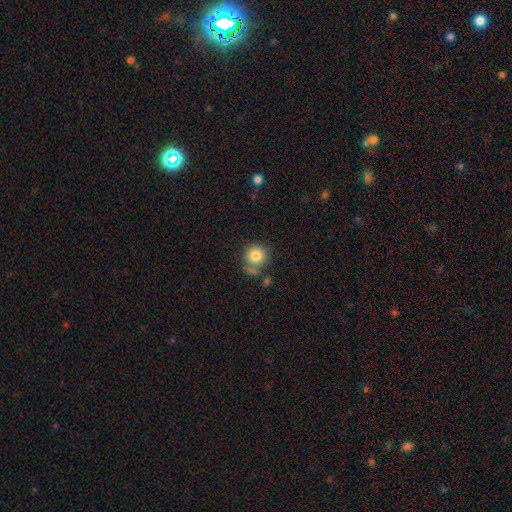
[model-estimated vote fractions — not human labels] This is clearly a smooth galaxy (82%). How rounded: clearly round (91%). Merging: likely none (66%).